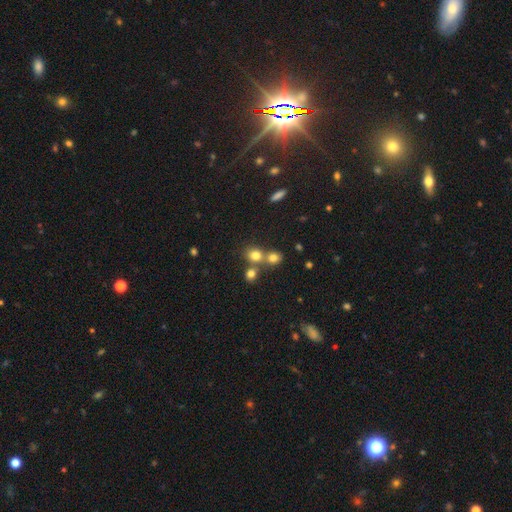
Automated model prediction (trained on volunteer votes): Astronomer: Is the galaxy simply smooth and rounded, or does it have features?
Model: smooth — 75%.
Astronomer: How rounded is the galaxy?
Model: round — 74%.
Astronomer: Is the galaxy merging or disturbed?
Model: none — 48% (runner-up: merger, 42%).